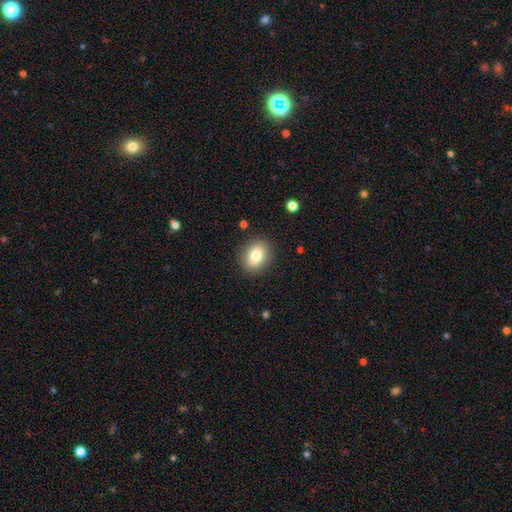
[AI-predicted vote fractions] Morphology: type=smooth (81%); roundness=in between (58%); merging=none (88%).